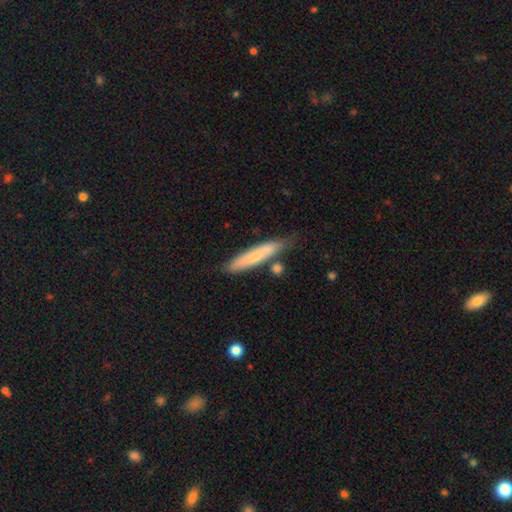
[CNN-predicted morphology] This is likely a smooth galaxy (66%). How rounded: clearly cigar-shaped (89%). Merging: likely none (74%).